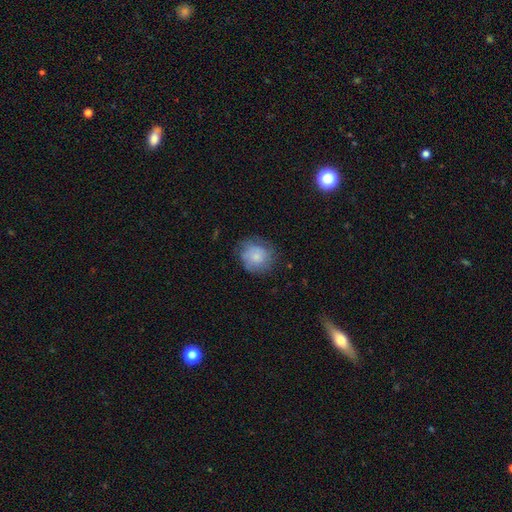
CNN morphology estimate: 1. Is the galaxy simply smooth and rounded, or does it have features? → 70% smooth, 21% featured or disk, 8% star or artifact.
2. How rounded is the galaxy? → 85% round, 14% in between, 1% cigar-shaped.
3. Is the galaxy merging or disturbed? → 67% none, 22% minor disturbance, 9% major disturbance, 1% merger.